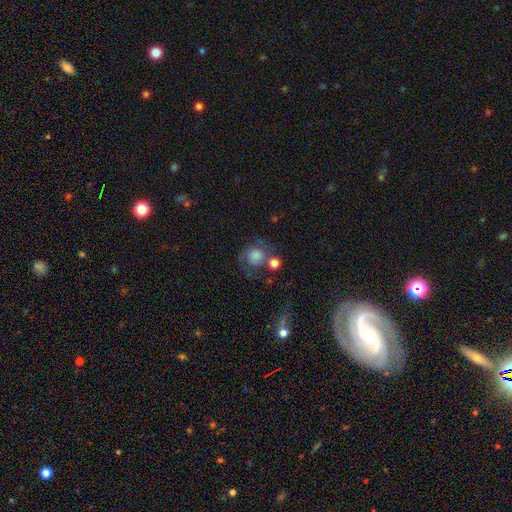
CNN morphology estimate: smooth-or-featured: smooth: 56% | featured or disk: 33% | star or artifact: 12%
  how-rounded: round: 79% | in between: 20% | cigar-shaped: 1%
  merging: none: 42% | major disturbance: 20% | merger: 19% | minor disturbance: 19%